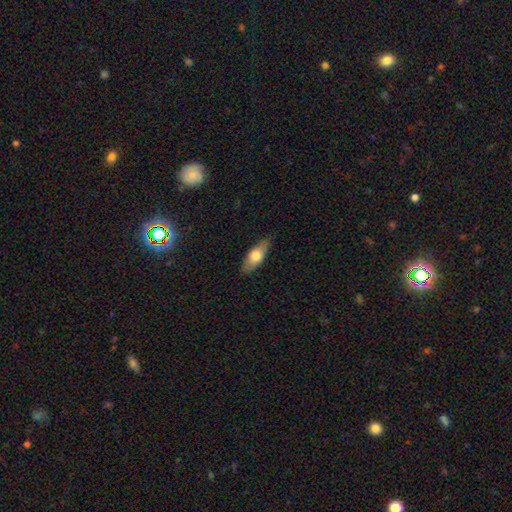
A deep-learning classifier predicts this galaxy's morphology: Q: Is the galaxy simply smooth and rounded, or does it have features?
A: smooth — 66%.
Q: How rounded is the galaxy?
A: in between — 74%.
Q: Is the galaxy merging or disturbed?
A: none — 83%.